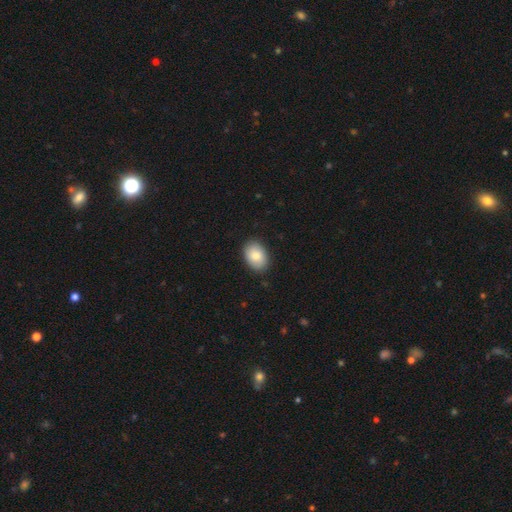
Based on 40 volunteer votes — Smooth or featured? smooth (90%)
How rounded? in between (89%)
Merging? none (95%)